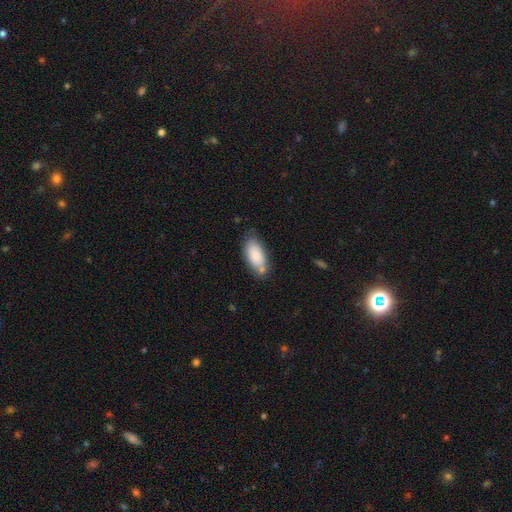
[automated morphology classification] smooth-or-featured: smooth: 84% | featured or disk: 10% | star or artifact: 6%
  how-rounded: in between: 88% | cigar-shaped: 10% | round: 2%
  merging: none: 64% | minor disturbance: 21% | merger: 10% | major disturbance: 5%